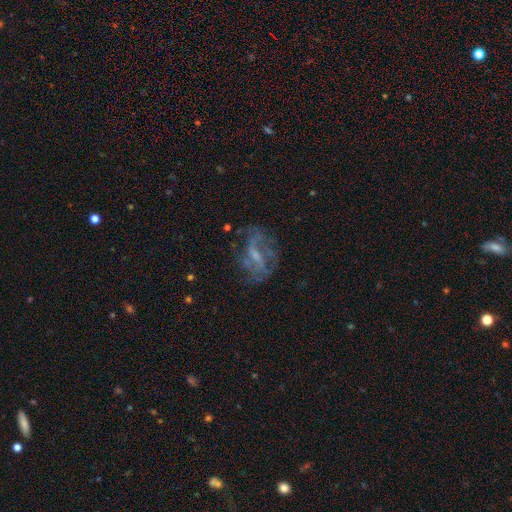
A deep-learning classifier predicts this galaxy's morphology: The model was most divided on "bulge size": small: 41%, moderate: 29%, none: 26%, large: 3%, dominant: 1%. Remaining: edge-on disk — no (95%); spiral arms — yes (74%); smooth or featured — featured or disk (71%); merging — none (55%); bar — weak (49%).